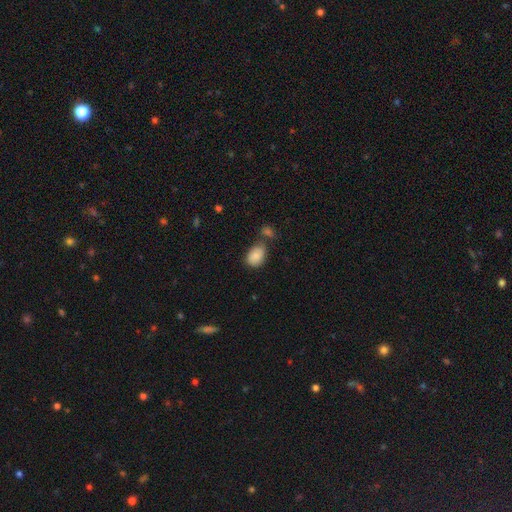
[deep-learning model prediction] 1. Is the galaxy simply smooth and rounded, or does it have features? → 87% smooth, 7% star or artifact, 5% featured or disk.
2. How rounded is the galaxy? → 82% in between, 17% round, 1% cigar-shaped.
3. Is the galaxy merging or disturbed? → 57% none, 19% merger, 18% minor disturbance, 6% major disturbance.